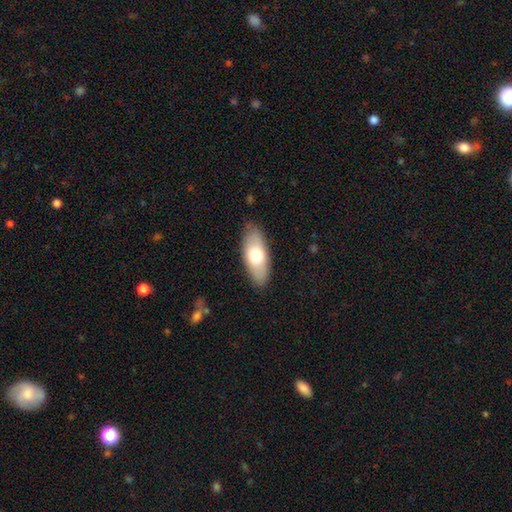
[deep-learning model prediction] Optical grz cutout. It shows a smooth galaxy with no disk features (70%) that is in between round and cigar-shaped (81%). Merging: none (84%).